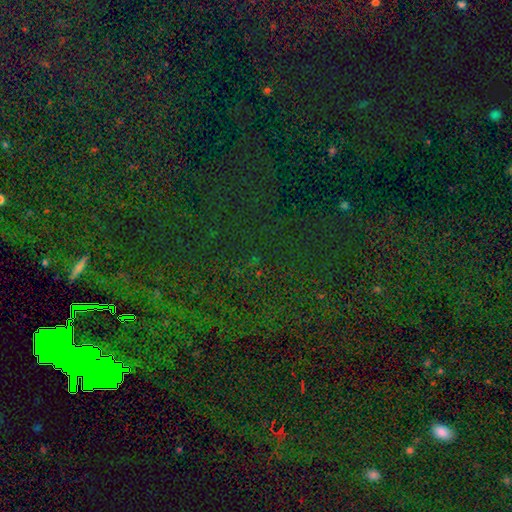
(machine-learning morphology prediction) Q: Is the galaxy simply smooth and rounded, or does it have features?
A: star or artifact — 82%.